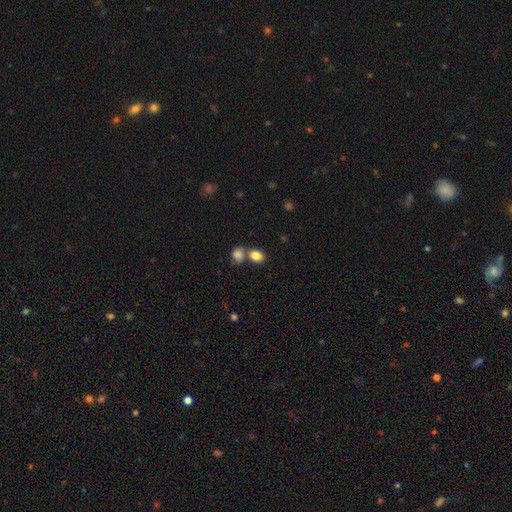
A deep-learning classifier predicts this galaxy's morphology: The model was most divided on "merging": none: 46%, merger: 41%, minor disturbance: 9%, major disturbance: 3%. More confident: smooth or featured — smooth (84%); how rounded — in between (64%).